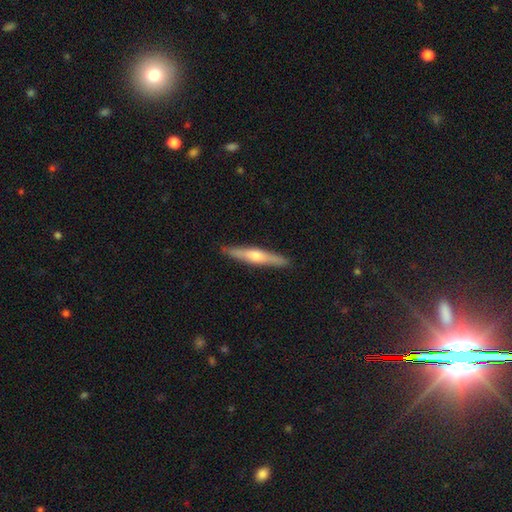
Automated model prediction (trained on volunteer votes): smooth-or-featured: featured or disk: 57% | smooth: 37% | star or artifact: 6%
  disk-edge-on: yes: 95% | no: 5%
    edge-on-bulge: rounded: 83% | none: 10% | boxy: 6%
  merging: none: 90% | minor disturbance: 7% | major disturbance: 1% | merger: 1%